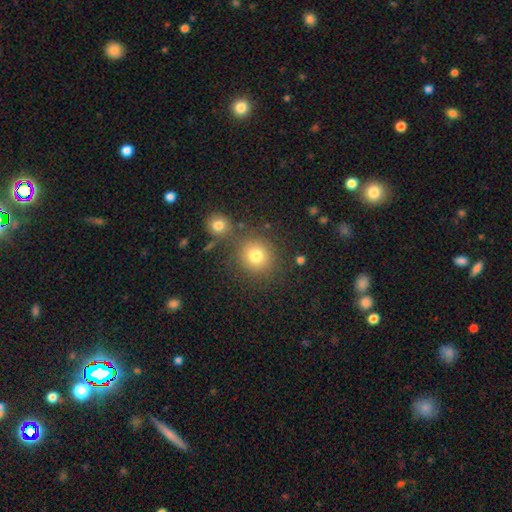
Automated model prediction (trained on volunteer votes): Morphology: type=smooth (78%); roundness=round (89%); merging=none (74%).